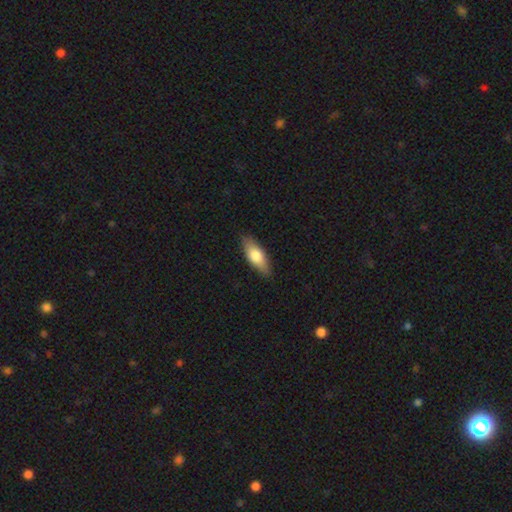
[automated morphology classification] Q: Smooth or featured?
A: smooth (71%); runner-up: featured or disk (24%)
Q: How rounded?
A: in between (70%); runner-up: cigar-shaped (28%)
Q: Merging?
A: none (87%); runner-up: minor disturbance (10%)